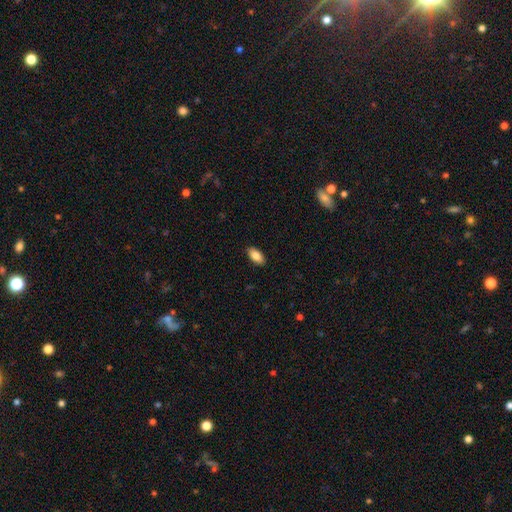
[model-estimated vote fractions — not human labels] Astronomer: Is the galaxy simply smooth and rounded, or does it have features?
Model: smooth — 86%.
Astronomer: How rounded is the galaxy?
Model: in between — 92%.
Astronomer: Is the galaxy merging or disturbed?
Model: none — 89%.